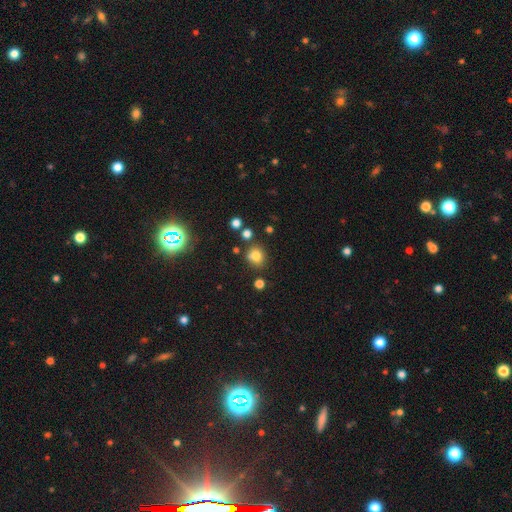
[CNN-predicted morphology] Smooth or featured?
  - smooth: 76% *
  - star or artifact: 17%
  - featured or disk: 7%
How rounded?
  - round: 77% *
  - in between: 22%
  - cigar-shaped: 1%
Merging?
  - none: 73% *
  - minor disturbance: 14%
  - merger: 9%
  - major disturbance: 4%